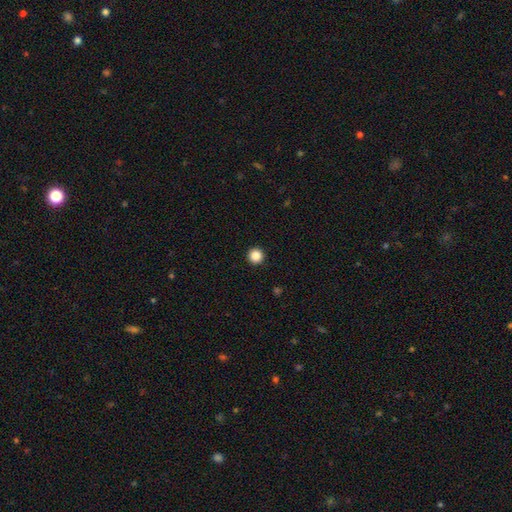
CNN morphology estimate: The model was most divided on "smooth or featured": smooth: 86%, star or artifact: 10%, featured or disk: 3%. More confident: how rounded — round (96%); merging — none (94%).